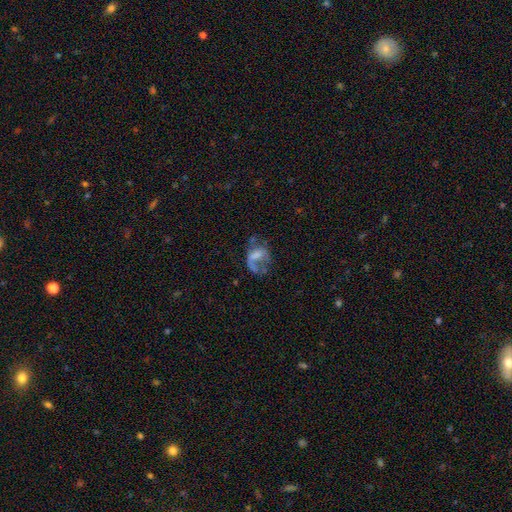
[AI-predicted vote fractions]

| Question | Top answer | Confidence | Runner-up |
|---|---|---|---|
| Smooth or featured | featured or disk | 52% | smooth (36%) |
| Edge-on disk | no | 97% | yes (3%) |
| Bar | no | 63% | weak (28%) |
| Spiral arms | no | 57% | yes (43%) |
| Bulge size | none | 41% | moderate (25%) |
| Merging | major disturbance | 49% | none (26%) |